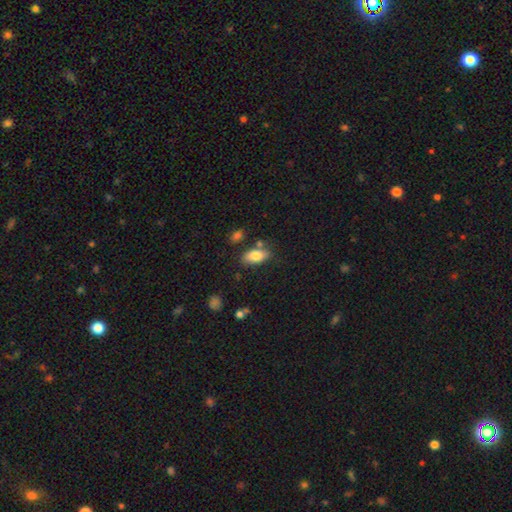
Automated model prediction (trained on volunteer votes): A smooth galaxy with no disk features (80%) that is in between round and cigar-shaped (89%). Merging: none (71%).